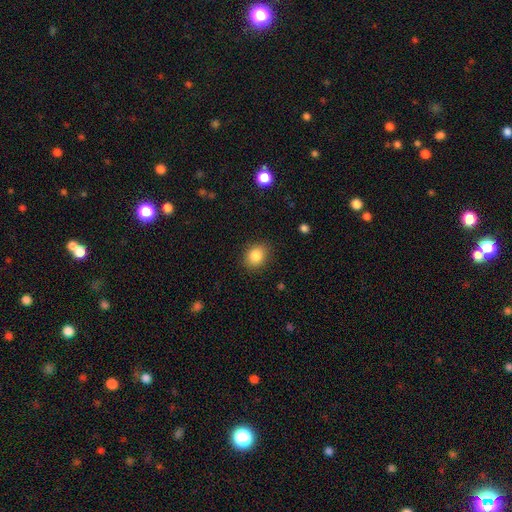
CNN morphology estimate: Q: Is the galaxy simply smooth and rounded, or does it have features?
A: smooth — 84%.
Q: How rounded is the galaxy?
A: round — 58%.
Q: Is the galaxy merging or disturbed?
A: none — 87%.